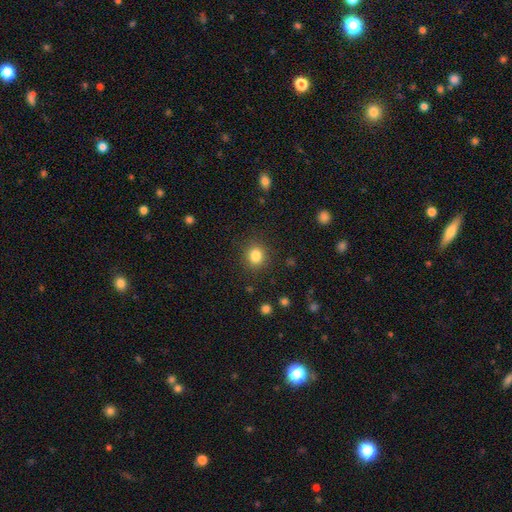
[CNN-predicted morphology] Q: Smooth or featured?
A: smooth (83%); runner-up: star or artifact (11%)
Q: How rounded?
A: round (83%); runner-up: in between (16%)
Q: Merging?
A: none (89%); runner-up: minor disturbance (7%)